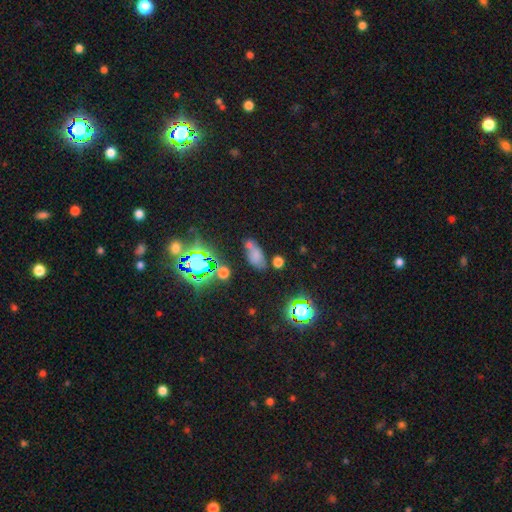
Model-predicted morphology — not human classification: smooth-or-featured: smooth: 61% | star or artifact: 24% | featured or disk: 14%
  how-rounded: in between: 84% | round: 9% | cigar-shaped: 6%
  merging: none: 49% | merger: 22% | minor disturbance: 20% | major disturbance: 9%